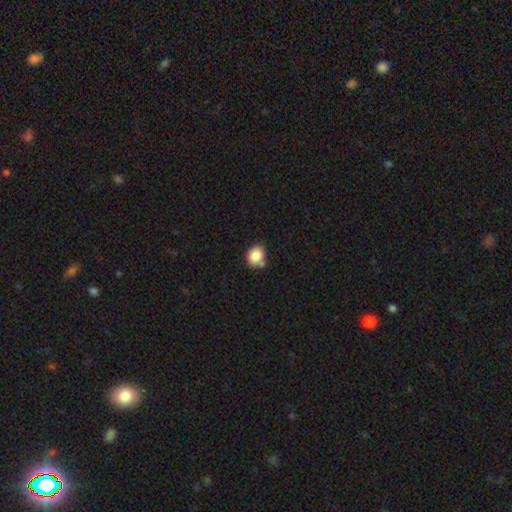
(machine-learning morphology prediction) Smooth or featured? Predicted: smooth (p=0.85). How rounded? Predicted: round (p=0.62). Merging? Predicted: none (p=0.66).